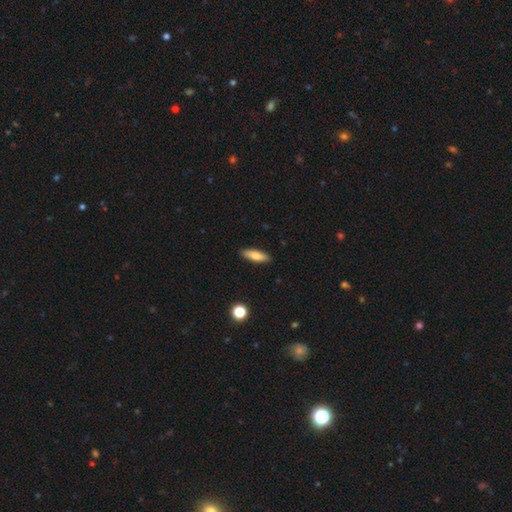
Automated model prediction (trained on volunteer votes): This is likely a smooth galaxy (78%). How rounded: possibly in between (50%). Merging: clearly none (89%).